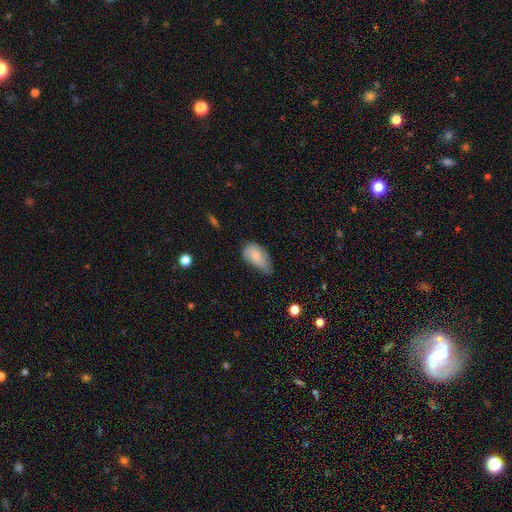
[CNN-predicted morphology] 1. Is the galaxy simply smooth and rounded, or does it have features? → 73% smooth, 20% featured or disk, 7% star or artifact.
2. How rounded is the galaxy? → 91% in between, 6% round, 3% cigar-shaped.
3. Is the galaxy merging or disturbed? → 48% minor disturbance, 31% none, 18% major disturbance, 3% merger.